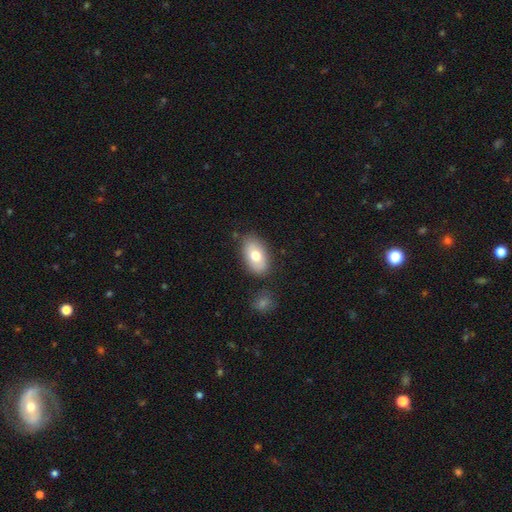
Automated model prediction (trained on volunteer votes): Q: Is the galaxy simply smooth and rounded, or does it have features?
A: smooth — 71%.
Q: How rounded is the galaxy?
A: in between — 91%.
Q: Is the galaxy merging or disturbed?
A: none — 79%.